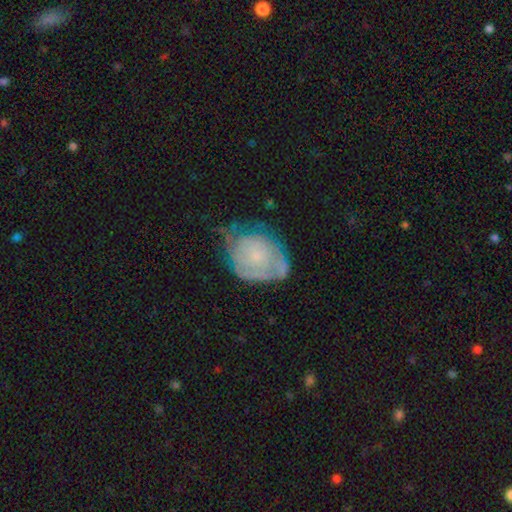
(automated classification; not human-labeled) Smooth or featured? Predicted: featured or disk (p=0.59). Edge-on disk? Predicted: no (p=0.97). Bar? Predicted: no (p=0.84). Spiral arms? Predicted: yes (p=0.69). Bulge size? Predicted: small (p=0.69). Merging? Predicted: none (p=0.41).